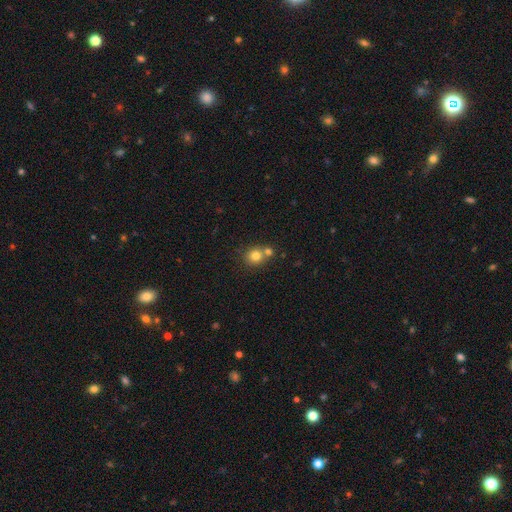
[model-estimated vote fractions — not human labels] A smooth galaxy with no disk features (79%) that is round (84%).

Vote fractions:
- Smooth or featured? smooth: 79% / star or artifact: 12% / featured or disk: 9%
- How rounded? round: 84% / in between: 16% / cigar-shaped: 1%
- Merging? none: 54% / merger: 35% / minor disturbance: 8% / major disturbance: 3%